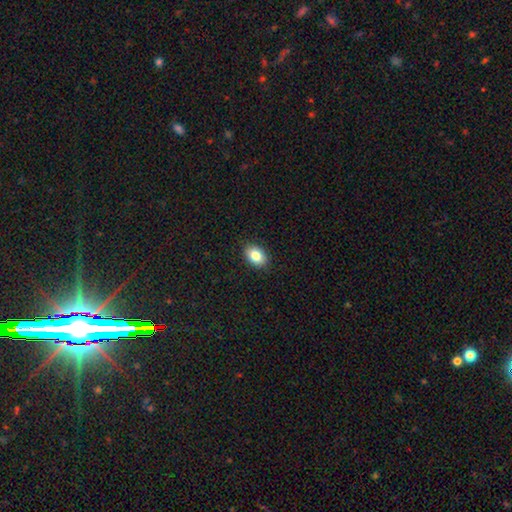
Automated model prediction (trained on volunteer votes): Q: Smooth or featured?
A: smooth (84%); runner-up: star or artifact (8%)
Q: How rounded?
A: in between (84%); runner-up: round (15%)
Q: Merging?
A: none (89%); runner-up: minor disturbance (8%)